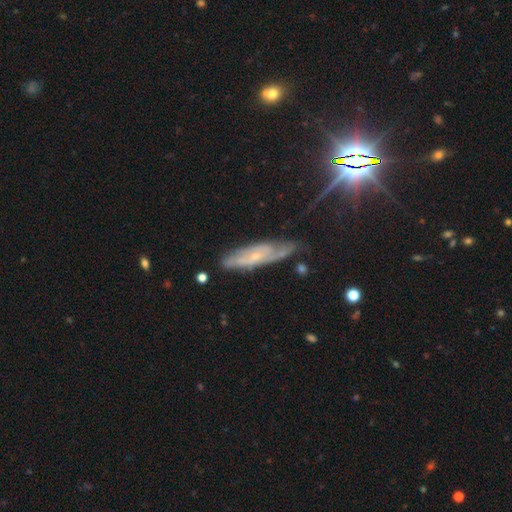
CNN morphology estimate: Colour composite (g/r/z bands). It shows a featured or disk galaxy (66%). Merging: none (67%).